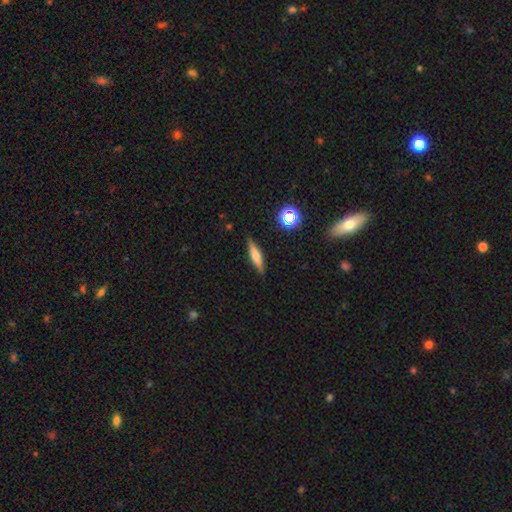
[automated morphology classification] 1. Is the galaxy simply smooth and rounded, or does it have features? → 47% smooth, 43% featured or disk, 10% star or artifact.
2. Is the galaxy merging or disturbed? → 88% none, 9% minor disturbance, 2% major disturbance, 1% merger.